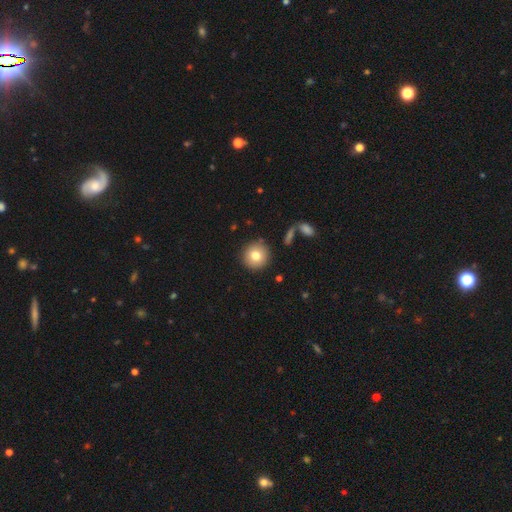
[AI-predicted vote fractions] smooth-or-featured: smooth: 79% | featured or disk: 12% | star or artifact: 9%
  how-rounded: round: 94% | in between: 5% | cigar-shaped: 1%
  merging: none: 89% | minor disturbance: 7% | merger: 2% | major disturbance: 2%